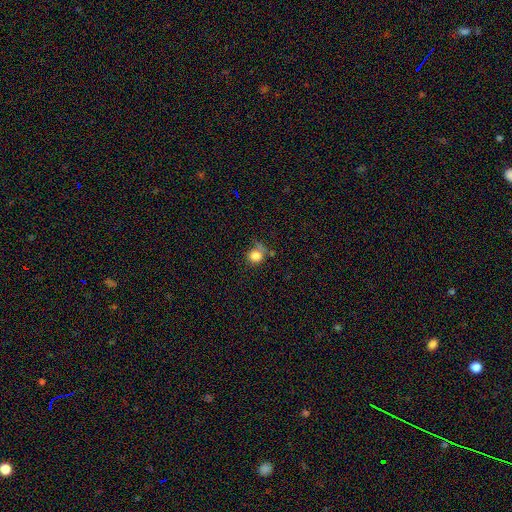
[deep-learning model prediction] Q: Smooth or featured?
A: smooth (80%); runner-up: star or artifact (11%)
Q: How rounded?
A: round (81%); runner-up: in between (18%)
Q: Merging?
A: none (48%); runner-up: minor disturbance (22%)